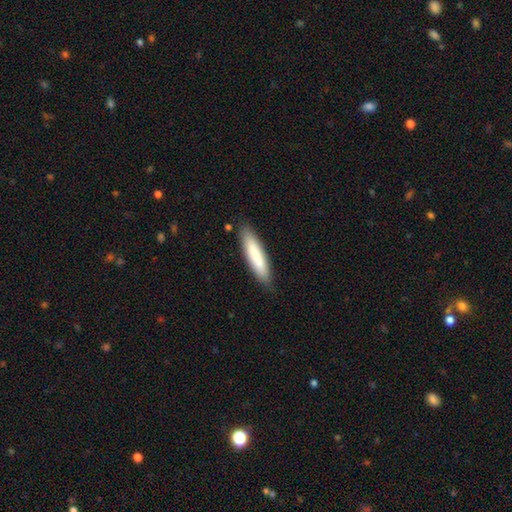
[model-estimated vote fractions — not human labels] Smooth or featured: smooth — 81% (featured or disk — 13%)
How rounded: cigar-shaped — 79% (in between — 20%)
Merging: none — 86% (minor disturbance — 11%)